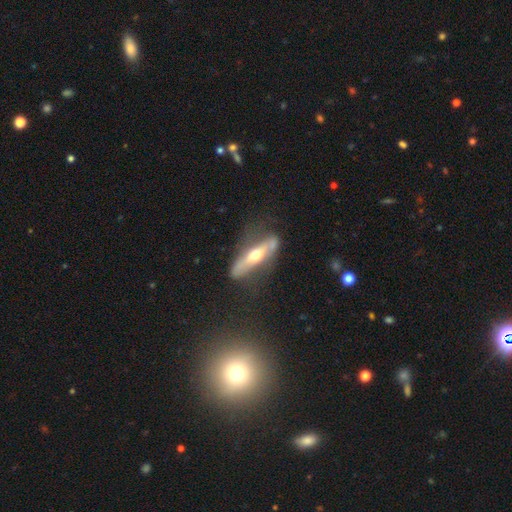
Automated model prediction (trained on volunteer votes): featured or disk 63%, smooth 32%, star or artifact 6%. Down the decision tree: edge-on disk — yes (73%); merging — none (66%).